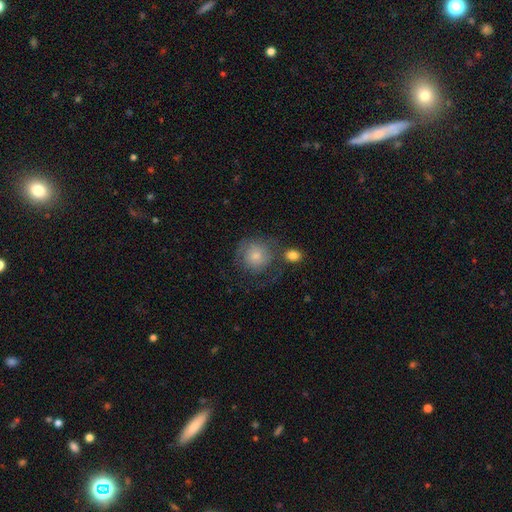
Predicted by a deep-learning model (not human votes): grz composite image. It shows a smooth galaxy with no disk features (63%) that is round (86%). Merging: none (45%).